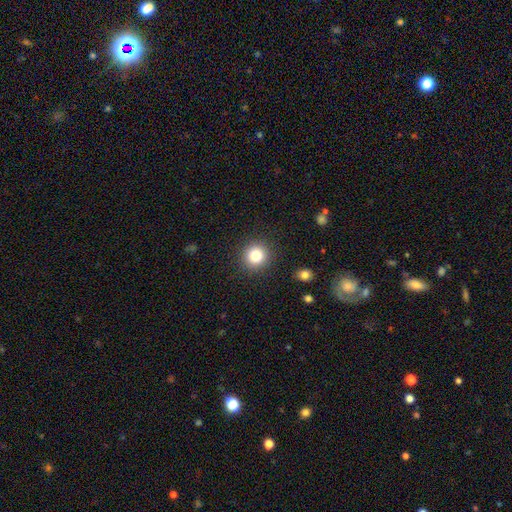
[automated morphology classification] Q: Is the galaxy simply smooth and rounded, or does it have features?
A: smooth — 82%.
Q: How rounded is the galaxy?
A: round — 93%.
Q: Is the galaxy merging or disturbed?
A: none — 90%.